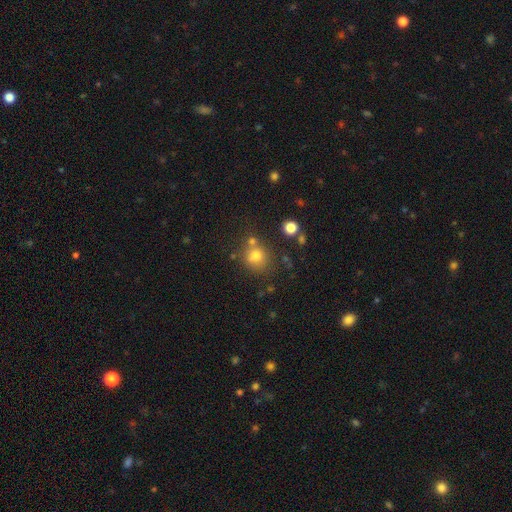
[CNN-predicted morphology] Smooth or featured? smooth (75%)
How rounded? round (83%)
Merging? none (65%)